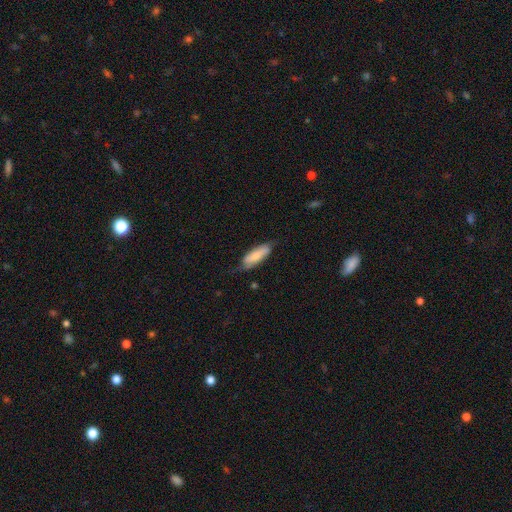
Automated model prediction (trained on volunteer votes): Q: Smooth or featured?
A: smooth (68%); runner-up: featured or disk (26%)
Q: How rounded?
A: in between (58%); runner-up: cigar-shaped (40%)
Q: Merging?
A: none (61%); runner-up: minor disturbance (29%)